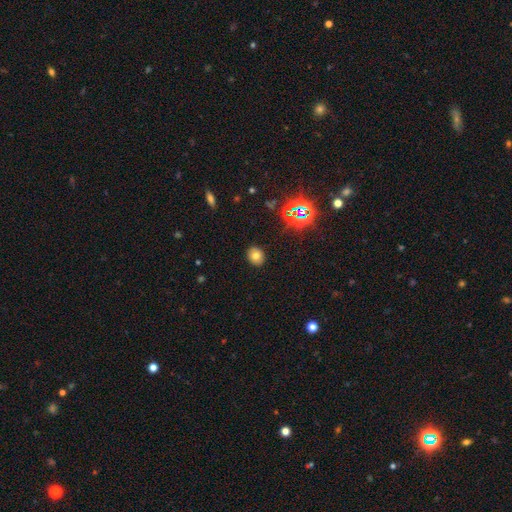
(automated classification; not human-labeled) smooth_or_featured: smooth (p=0.69) [alt: star or artifact p=0.19]
how_rounded: round (p=0.57) [alt: in between p=0.42]
merging: none (p=0.89) [alt: minor disturbance p=0.07]